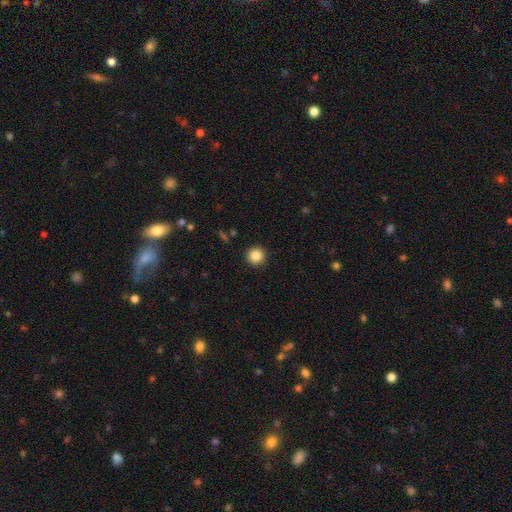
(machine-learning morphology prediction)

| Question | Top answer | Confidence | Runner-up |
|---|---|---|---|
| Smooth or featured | smooth | 85% | star or artifact (10%) |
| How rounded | round | 95% | in between (4%) |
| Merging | none | 92% | minor disturbance (5%) |